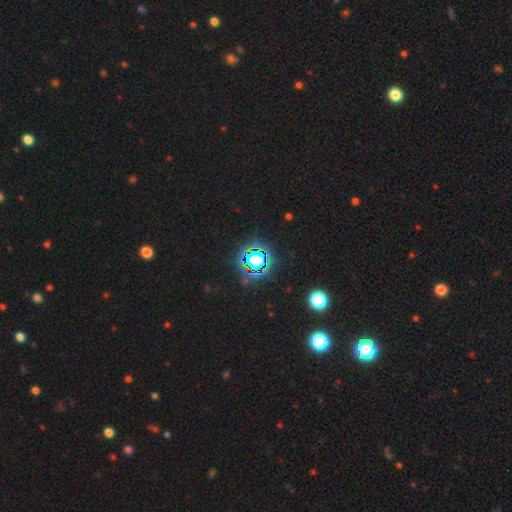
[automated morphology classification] This appears to be a star or artifact, not a galaxy (81%).